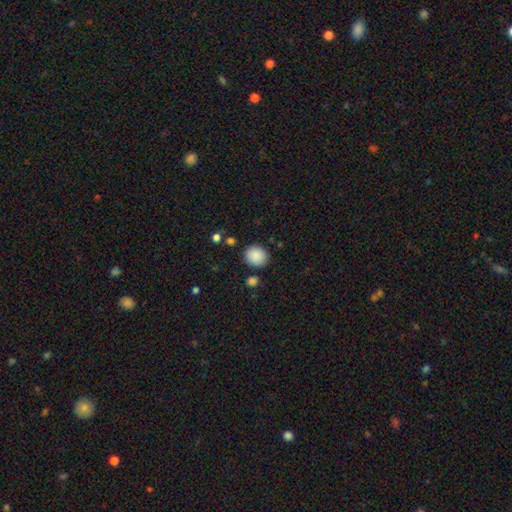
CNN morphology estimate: Smooth or featured? Predicted: smooth (p=0.89). How rounded? Predicted: round (p=0.76). Merging? Predicted: none (p=0.84).